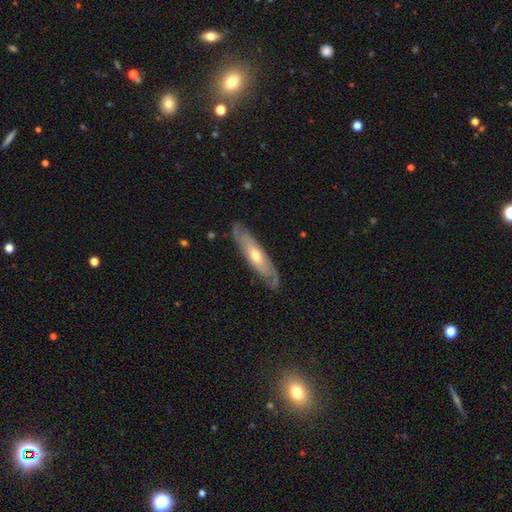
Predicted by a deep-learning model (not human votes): A featured or disk galaxy (66%). Merging: none (76%).